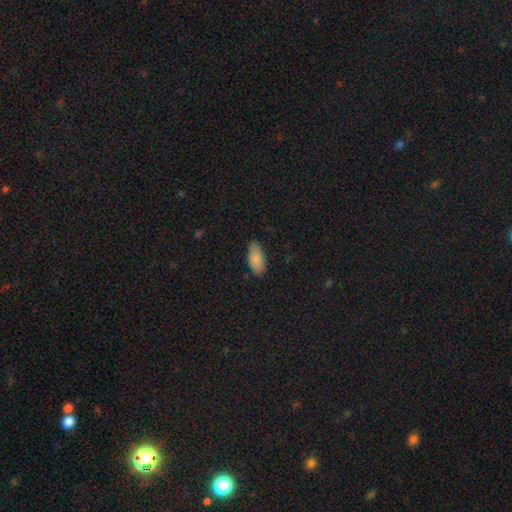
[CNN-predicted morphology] smooth 86%, star or artifact 7%, featured or disk 7%. Down the decision tree: how rounded — in between (87%); merging — none (82%).